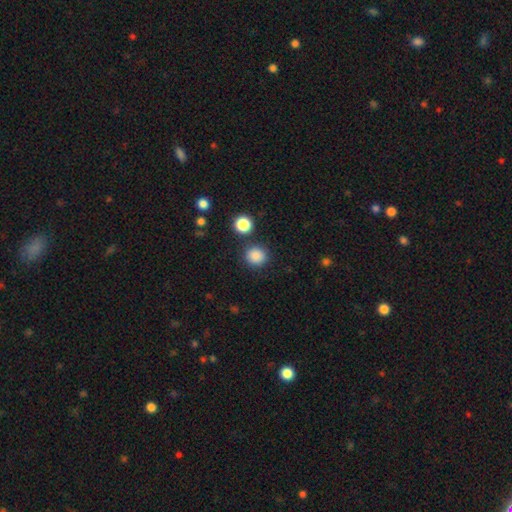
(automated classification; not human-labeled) Smooth or featured? smooth (86%)
How rounded? round (88%)
Merging? none (85%)